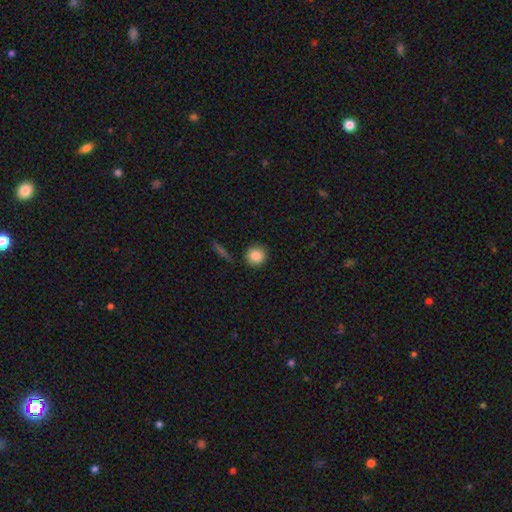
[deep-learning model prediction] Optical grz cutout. It shows a smooth galaxy with no disk features (84%) that is round (93%). Merging: none (87%).